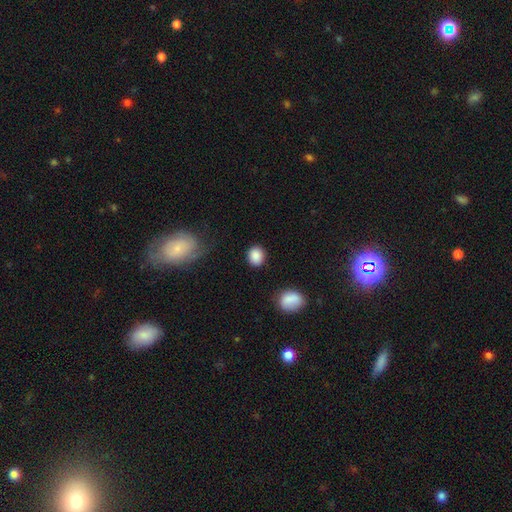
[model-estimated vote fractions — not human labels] The model was most divided on "how rounded": round: 67%, in between: 32%, cigar-shaped: 1%. More confident: smooth or featured — smooth (88%); merging — none (85%).